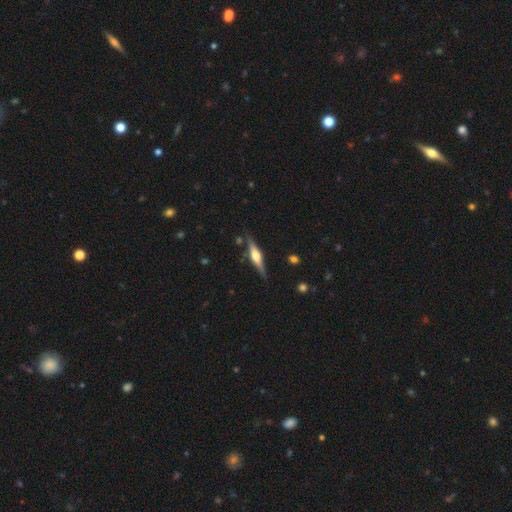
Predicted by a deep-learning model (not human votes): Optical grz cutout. It shows a featured or disk galaxy (73%) viewed edge-on (97%) with a rounded central bulge (88%). Merging: none (85%).